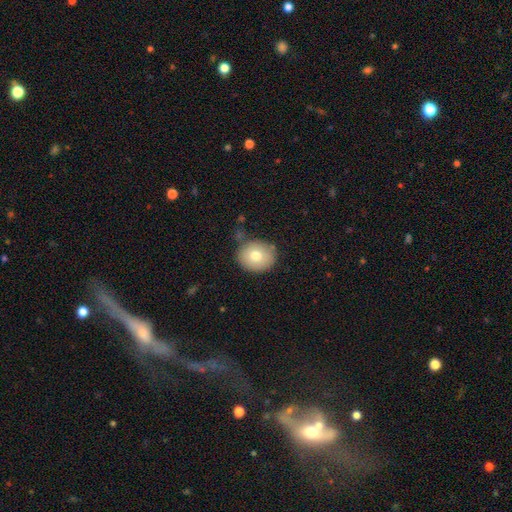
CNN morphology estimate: smooth_or_featured: smooth (p=0.75) [alt: featured or disk p=0.16]
how_rounded: round (p=0.74) [alt: in between p=0.26]
merging: none (p=0.77) [alt: minor disturbance p=0.15]